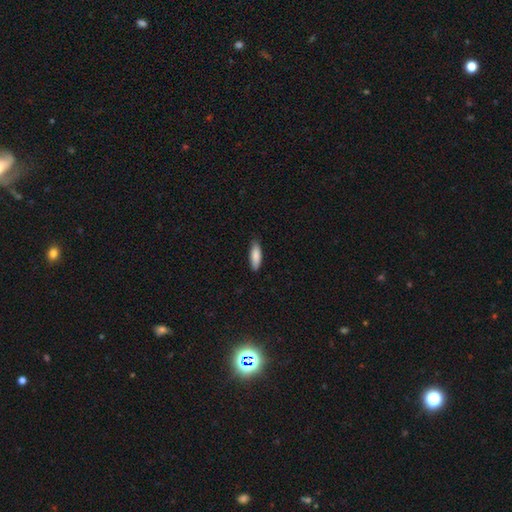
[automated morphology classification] This appears to be a smooth galaxy with no disk features (87%) that is in between round and cigar-shaped (55%). Merging: none (82%).